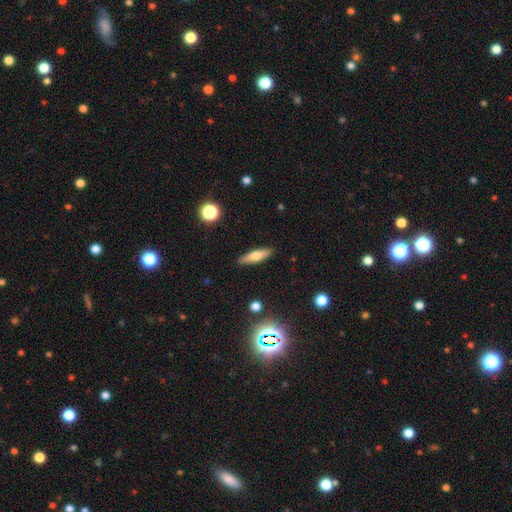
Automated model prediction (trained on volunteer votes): Q: Smooth or featured?
A: smooth (62%); runner-up: featured or disk (31%)
Q: How rounded?
A: cigar-shaped (64%); runner-up: in between (33%)
Q: Merging?
A: none (89%); runner-up: minor disturbance (8%)